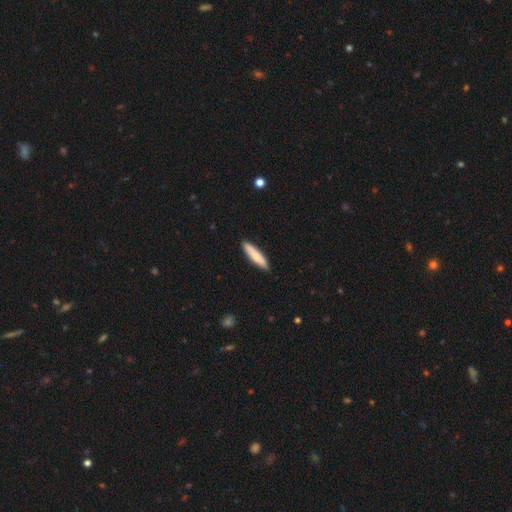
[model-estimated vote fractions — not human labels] Overall: smooth (76%). How rounded: cigar-shaped (84%). Merging: none (90%).